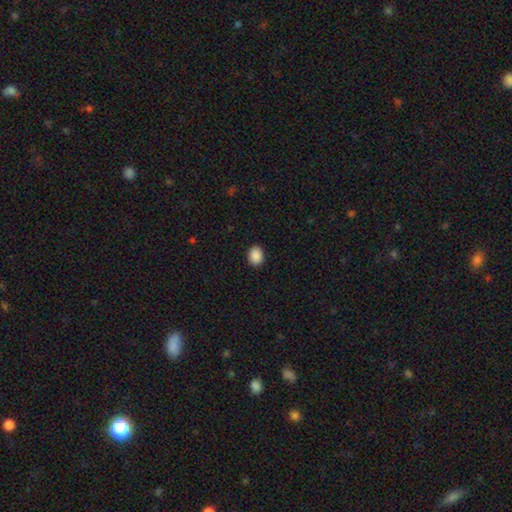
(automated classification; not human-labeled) Smooth or featured? Predicted: smooth (p=0.90). How rounded? Predicted: in between (p=0.62). Merging? Predicted: none (p=0.90).